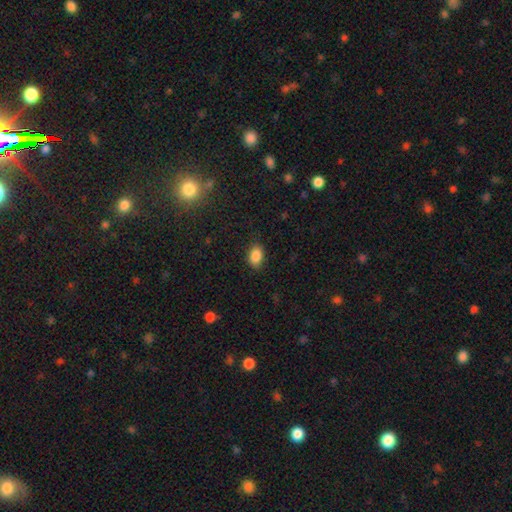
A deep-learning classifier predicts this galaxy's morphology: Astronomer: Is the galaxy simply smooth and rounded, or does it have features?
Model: smooth — 87%.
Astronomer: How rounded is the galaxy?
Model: in between — 85%.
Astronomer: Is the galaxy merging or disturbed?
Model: none — 84%.